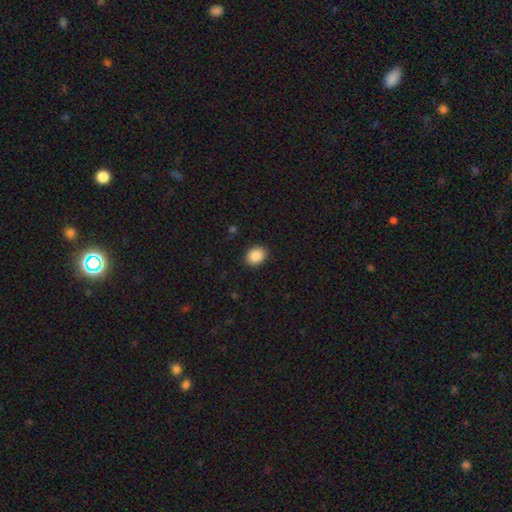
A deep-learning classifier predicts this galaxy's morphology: smooth 88%, star or artifact 8%, featured or disk 4%. Down the decision tree: how rounded — round (54%); merging — none (91%).